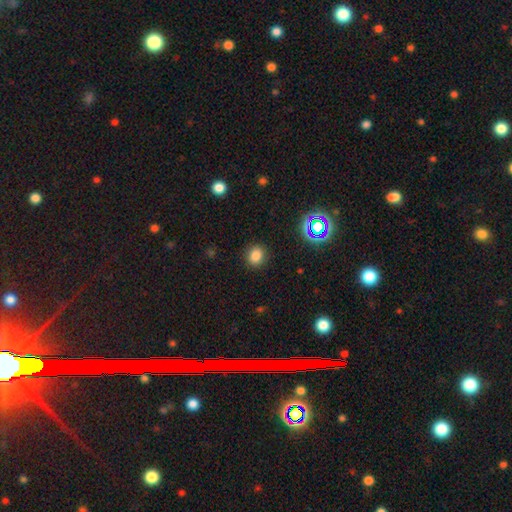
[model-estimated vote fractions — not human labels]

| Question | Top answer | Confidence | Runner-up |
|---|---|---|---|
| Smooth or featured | smooth | 81% | star or artifact (14%) |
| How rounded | round | 75% | in between (24%) |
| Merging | none | 89% | minor disturbance (7%) |